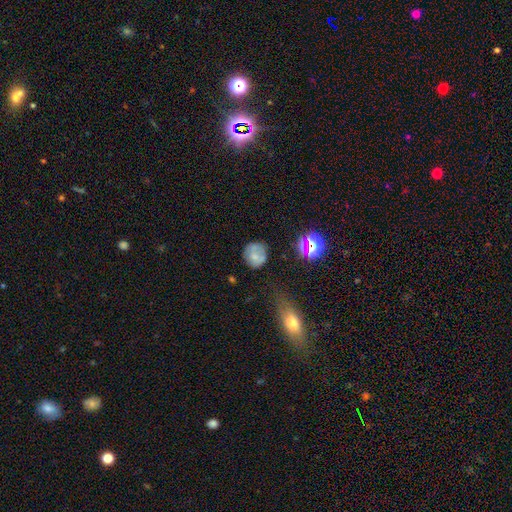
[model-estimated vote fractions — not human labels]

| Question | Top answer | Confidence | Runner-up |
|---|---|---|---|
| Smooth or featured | smooth | 61% | featured or disk (25%) |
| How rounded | round | 81% | in between (18%) |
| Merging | none | 57% | minor disturbance (26%) |